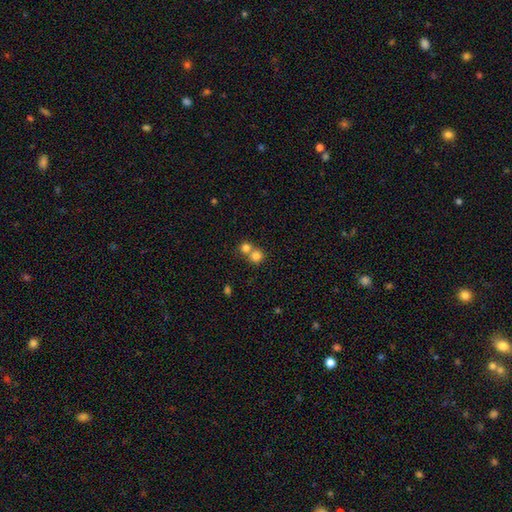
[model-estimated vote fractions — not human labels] smooth 79%, star or artifact 12%, featured or disk 9%. Down the decision tree: how rounded — round (89%); merging — merger (50%).